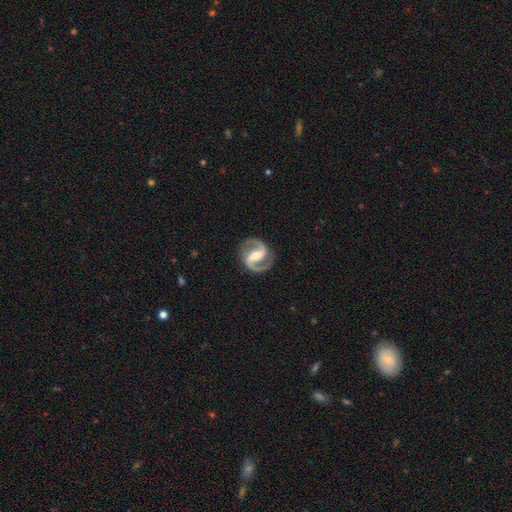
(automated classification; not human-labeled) Overall: featured or disk (93%). Edge-on disk: no (98%). Bar: strong (51%; weak 34%). Spiral arms: yes (98%). Spiral arm count: 2 (94%). Spiral winding: medium (62%; tight 26%). Bulge size: moderate (62%; small 26%). Merging: none (87%).